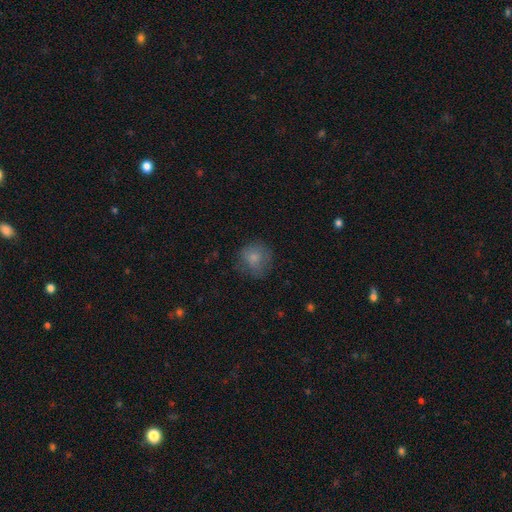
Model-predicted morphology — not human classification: This is likely a smooth galaxy (62%). How rounded: clearly round (90%). Merging: likely none (80%).